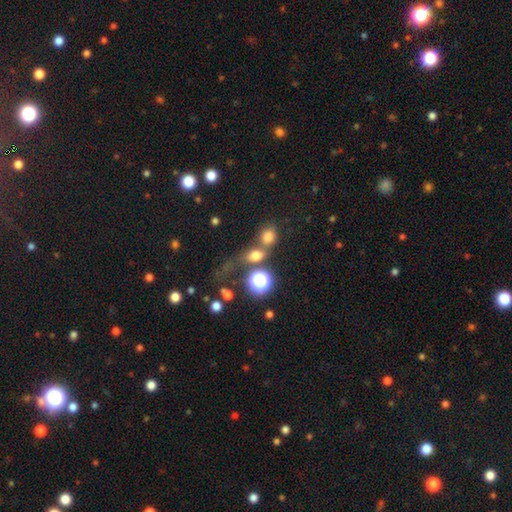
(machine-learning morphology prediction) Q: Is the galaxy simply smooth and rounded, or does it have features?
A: smooth — 69%.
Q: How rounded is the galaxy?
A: round — 53%.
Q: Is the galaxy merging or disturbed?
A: none — 45%.